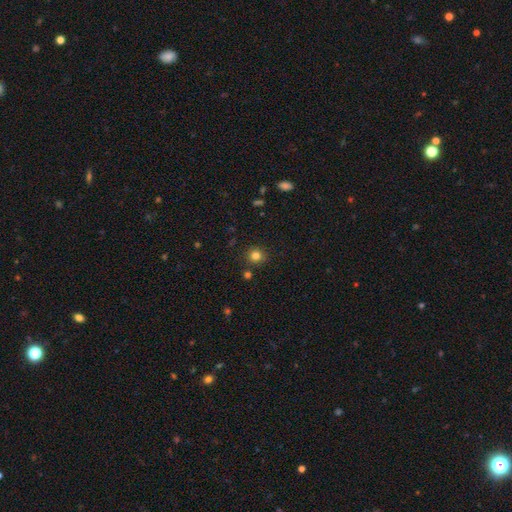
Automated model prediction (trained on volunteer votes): Smooth or featured? Predicted: smooth (p=0.81). How rounded? Predicted: round (p=0.91). Merging? Predicted: none (p=0.86).